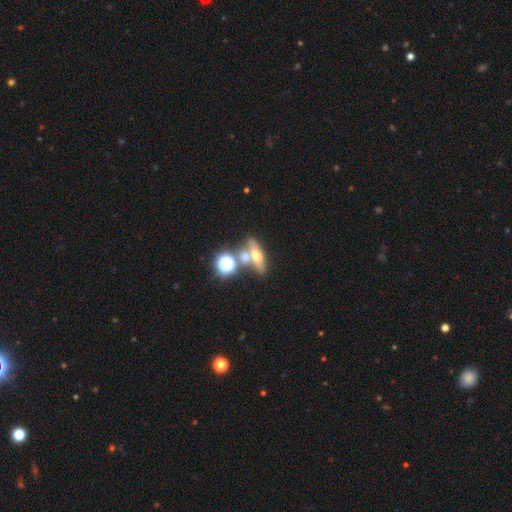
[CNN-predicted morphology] Q: Smooth or featured?
A: smooth (47%); runner-up: featured or disk (35%)
Q: Merging?
A: none (48%); runner-up: merger (35%)